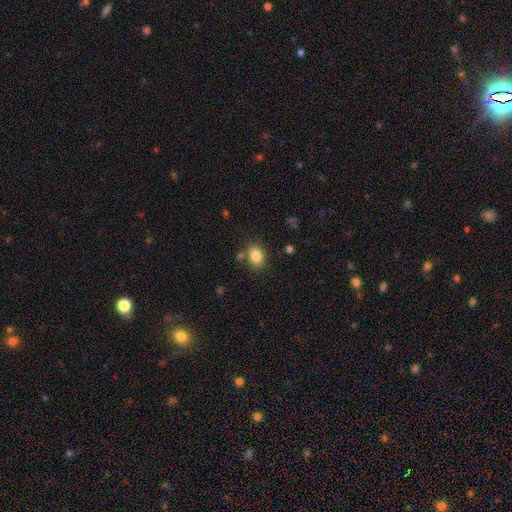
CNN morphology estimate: smooth-or-featured: smooth: 83% | star or artifact: 9% | featured or disk: 7%
  how-rounded: in between: 64% | round: 35% | cigar-shaped: 1%
  merging: none: 78% | minor disturbance: 12% | merger: 7% | major disturbance: 3%